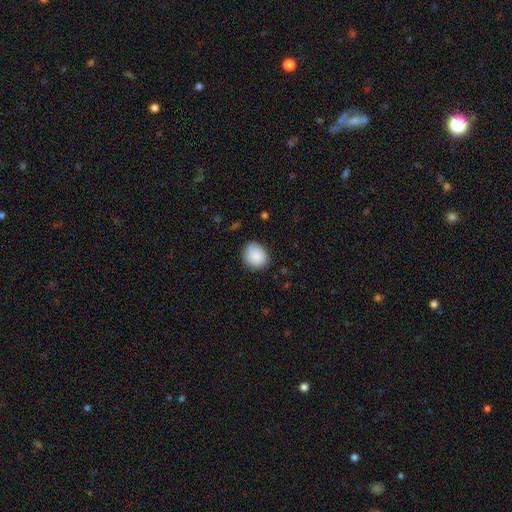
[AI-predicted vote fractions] A smooth galaxy with no disk features (88%) that is round (72%).

Vote fractions:
- Smooth or featured? smooth: 88% / star or artifact: 7% / featured or disk: 5%
- How rounded? round: 72% / in between: 27% / cigar-shaped: 1%
- Merging? none: 81% / minor disturbance: 15% / major disturbance: 3% / merger: 1%